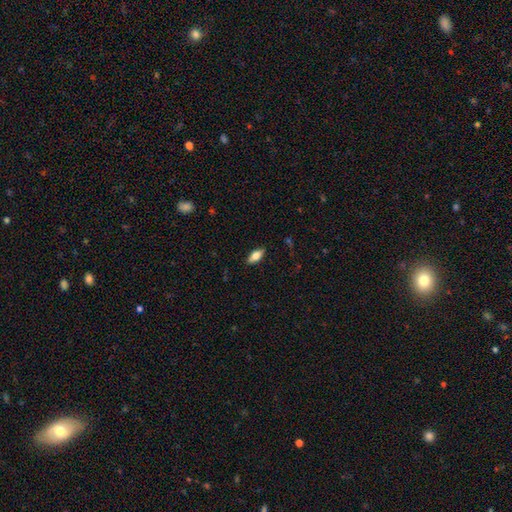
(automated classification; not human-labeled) smooth_or_featured: smooth (p=0.70) [alt: featured or disk p=0.23]
how_rounded: in between (p=0.82) [alt: cigar-shaped p=0.15]
merging: none (p=0.87) [alt: minor disturbance p=0.10]